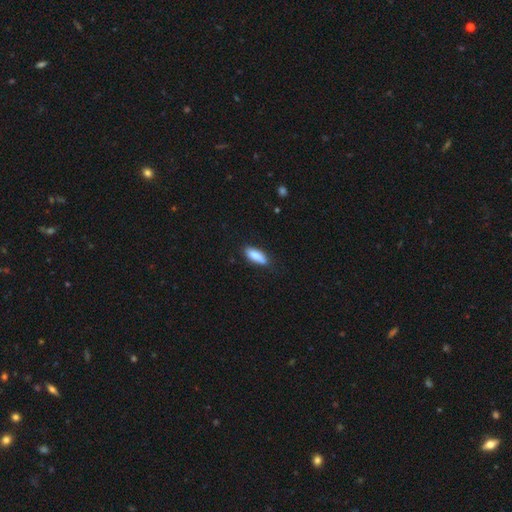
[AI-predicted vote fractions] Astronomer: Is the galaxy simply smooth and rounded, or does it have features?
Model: smooth — 84%.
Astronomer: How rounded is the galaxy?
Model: in between — 62%.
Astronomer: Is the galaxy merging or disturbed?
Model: none — 74%.